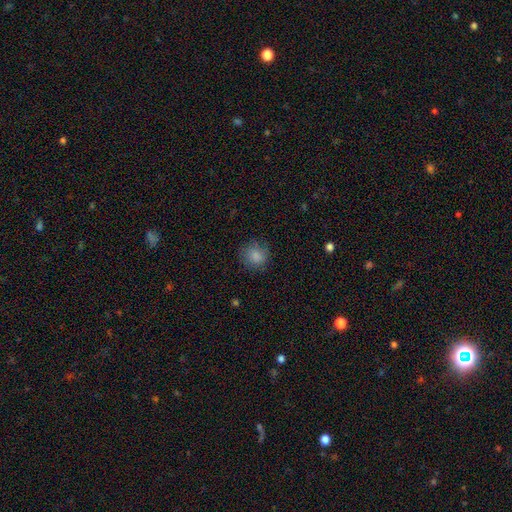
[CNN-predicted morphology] A smooth galaxy with no disk features (85%) that is round (86%). Merging: none (76%).